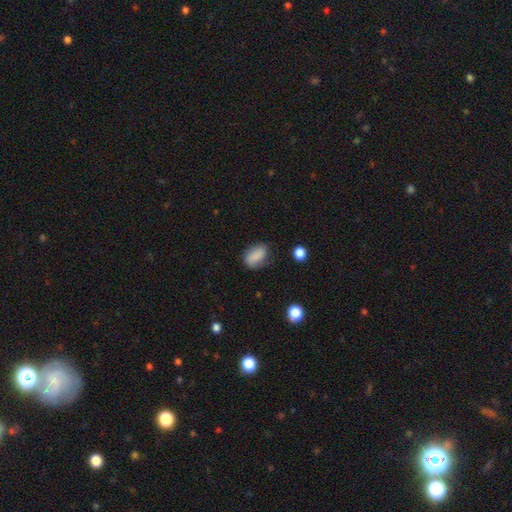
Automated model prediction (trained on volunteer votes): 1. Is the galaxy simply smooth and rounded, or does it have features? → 82% smooth, 9% featured or disk, 9% star or artifact.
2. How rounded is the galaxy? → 87% in between, 10% round, 3% cigar-shaped.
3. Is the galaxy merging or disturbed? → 61% none, 28% minor disturbance, 9% major disturbance, 2% merger.